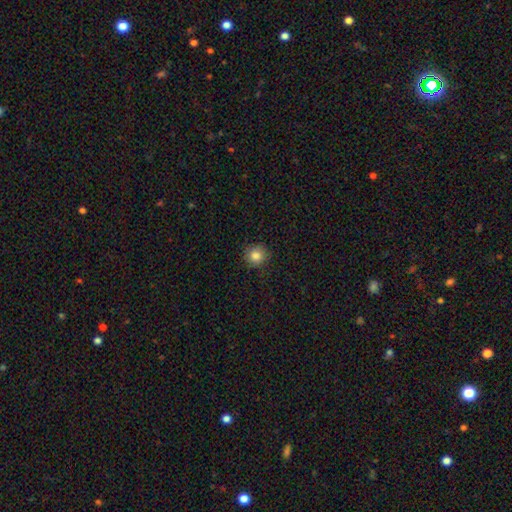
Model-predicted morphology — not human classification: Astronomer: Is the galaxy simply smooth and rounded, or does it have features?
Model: smooth — 84%.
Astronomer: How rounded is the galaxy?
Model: round — 89%.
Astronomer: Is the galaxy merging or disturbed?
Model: none — 87%.